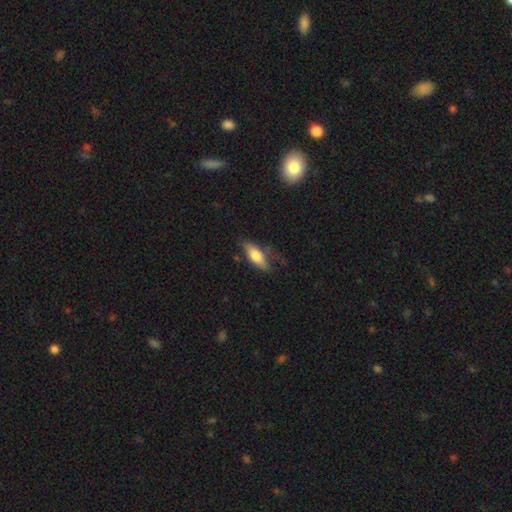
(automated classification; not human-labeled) smooth_or_featured: smooth (p=0.70) [alt: featured or disk p=0.24]
how_rounded: in between (p=0.68) [alt: cigar-shaped p=0.29]
merging: none (p=0.61) [alt: minor disturbance p=0.27]